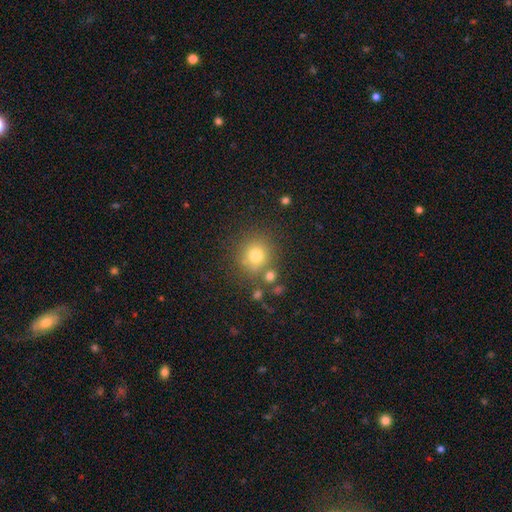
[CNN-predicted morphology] Smooth or featured? smooth (75%)
How rounded? round (90%)
Merging? none (74%)